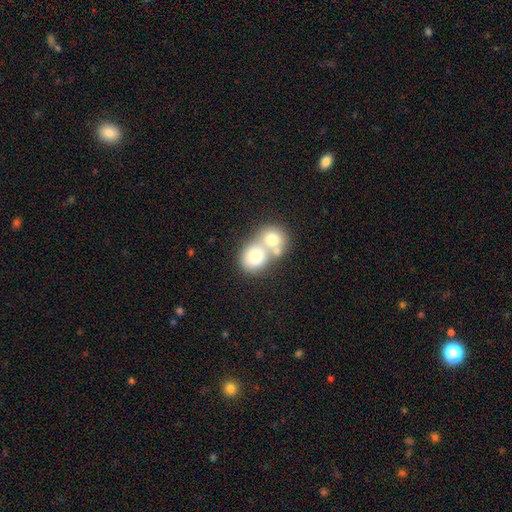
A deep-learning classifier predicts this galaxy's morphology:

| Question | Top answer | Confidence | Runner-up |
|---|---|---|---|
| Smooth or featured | smooth | 69% | featured or disk (22%) |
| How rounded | round | 68% | in between (31%) |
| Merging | merger | 69% | none (23%) |